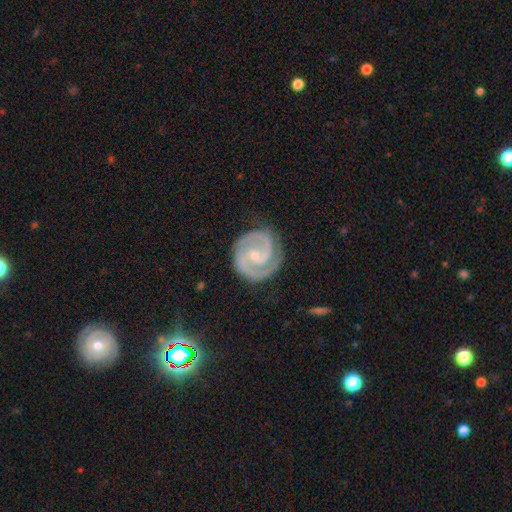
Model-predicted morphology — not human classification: Smooth or featured?
  - featured or disk: 92% *
  - smooth: 4%
  - star or artifact: 4%
Edge-on disk?
  - no: 98% *
  - yes: 2%
Bar?
  - no: 44% *
  - weak: 43%
  - strong: 13%
Spiral arms?
  - yes: 98% *
  - no: 2%
Spiral winding?
  - tight: 62% *
  - medium: 34%
  - loose: 4%
Spiral arm count?
  - 2: 89% *
  - 3: 3%
  - 1: 3%
  - can't tell: 3%
  - 4: 1%
  - more than 4: 1%
Bulge size?
  - small: 61% *
  - moderate: 30%
  - none: 6%
  - large: 1%
  - dominant: 1%
Merging?
  - none: 81% *
  - minor disturbance: 14%
  - major disturbance: 4%
  - merger: 1%